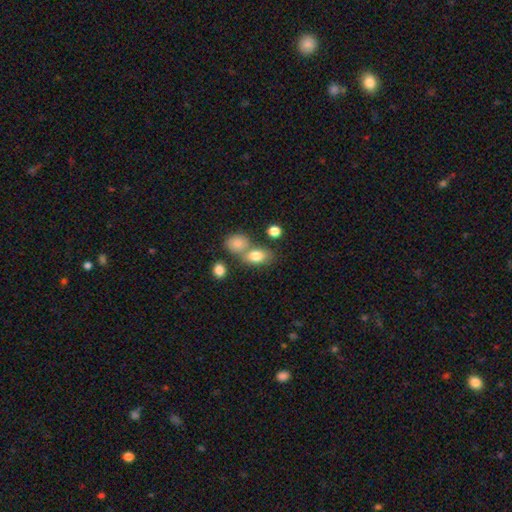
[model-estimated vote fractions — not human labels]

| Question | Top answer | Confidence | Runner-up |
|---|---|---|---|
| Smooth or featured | smooth | 81% | featured or disk (10%) |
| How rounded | in between | 79% | round (18%) |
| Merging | none | 49% | merger (35%) |